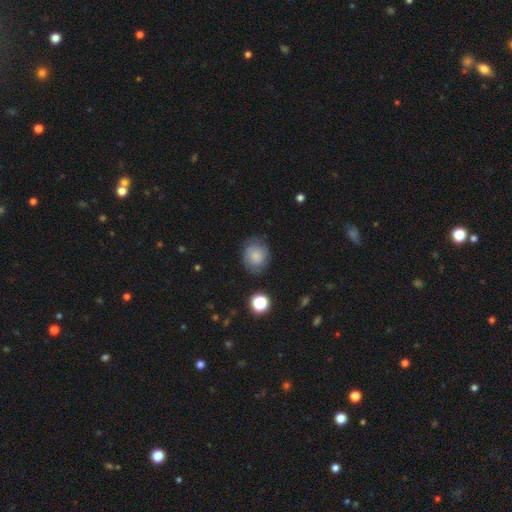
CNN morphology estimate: type=smooth (74%); roundness=round (68%); merging=none (75%).